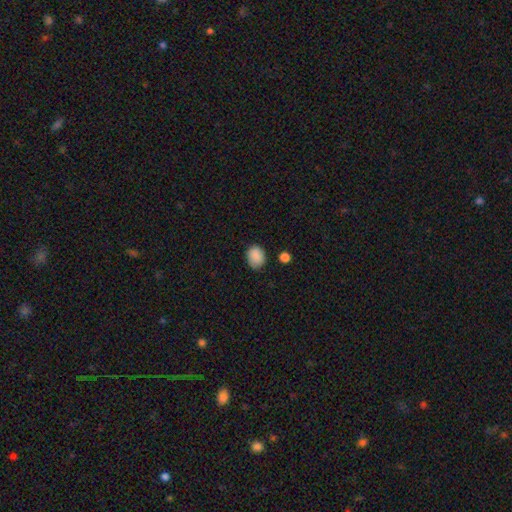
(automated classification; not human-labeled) Smooth or featured: smooth — 88% (star or artifact — 9%)
How rounded: in between — 50% (round — 49%)
Merging: none — 75% (minor disturbance — 18%)